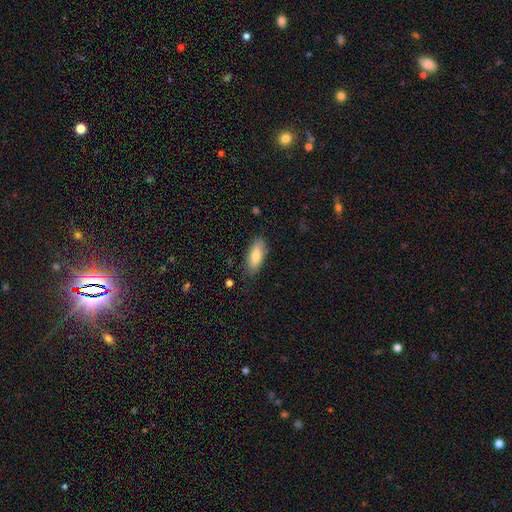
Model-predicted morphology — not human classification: This appears to be a smooth galaxy with no disk features (77%) that is in between round and cigar-shaped (78%). Merging: none (79%).